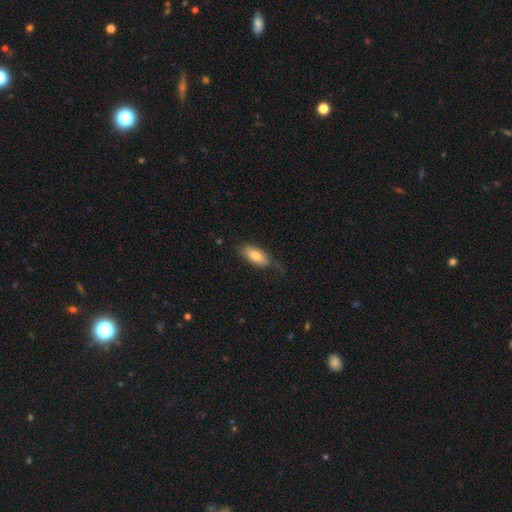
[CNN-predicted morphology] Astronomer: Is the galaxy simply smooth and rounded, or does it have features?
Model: smooth — 73%.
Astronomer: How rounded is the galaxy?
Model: in between — 85%.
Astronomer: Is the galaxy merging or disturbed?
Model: none — 58%.